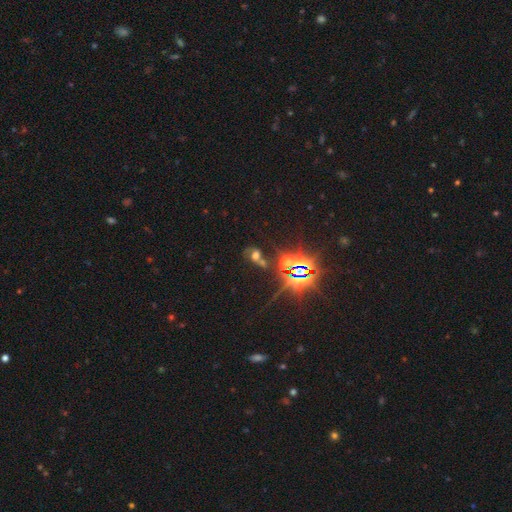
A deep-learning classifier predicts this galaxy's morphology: This is marginally a star or artifact rather than a galaxy (43%).